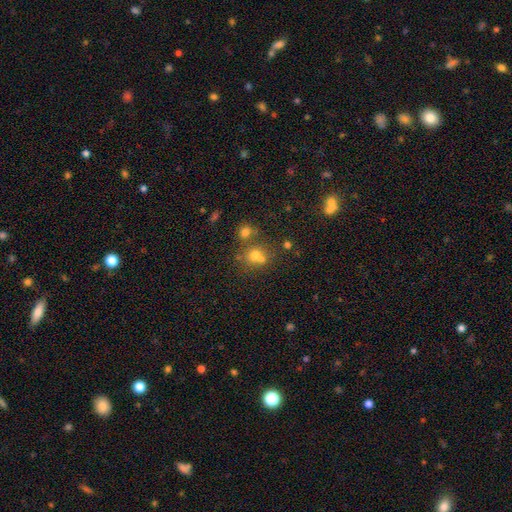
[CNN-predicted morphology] type=smooth (63%); roundness=round (80%); merging=none (48%).